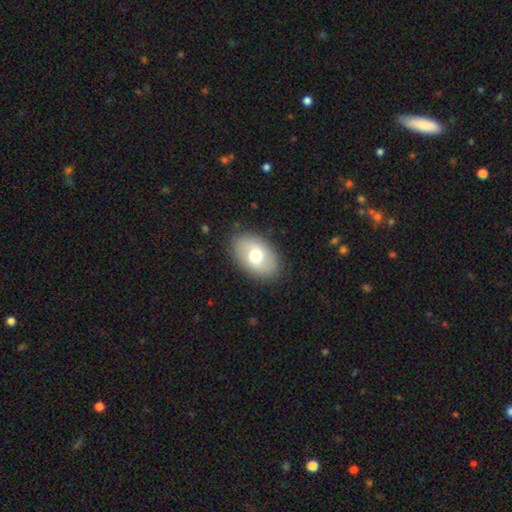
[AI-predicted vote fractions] smooth 67%, featured or disk 25%, star or artifact 8%. Down the decision tree: how rounded — in between (84%); merging — none (85%).